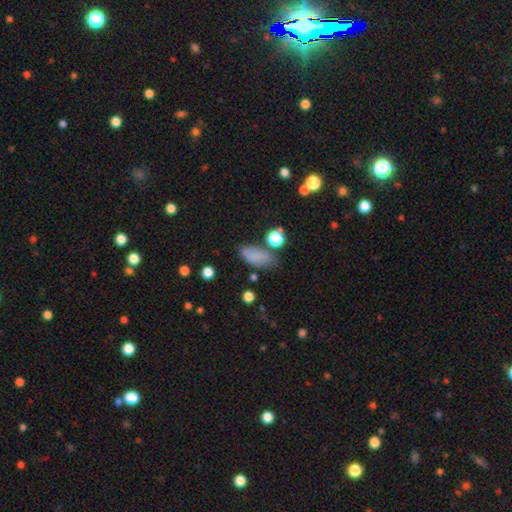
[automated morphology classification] The model was most divided on "merging": none: 62%, minor disturbance: 23%, major disturbance: 8%, merger: 7%. More confident: how rounded — in between (82%); smooth or featured — smooth (79%).